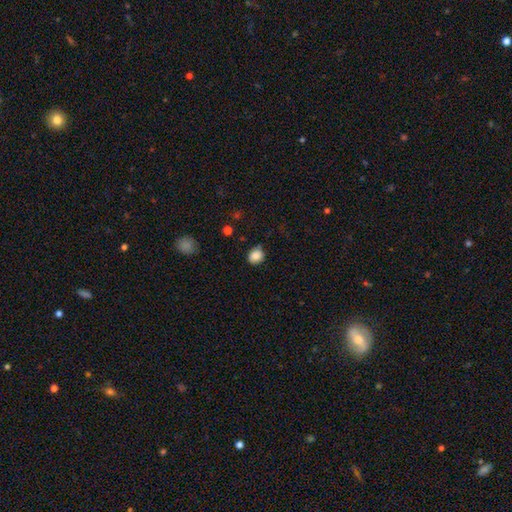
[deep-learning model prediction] smooth-or-featured: smooth: 85% | star or artifact: 10% | featured or disk: 5%
  how-rounded: round: 72% | in between: 27% | cigar-shaped: 1%
  merging: none: 78% | minor disturbance: 17% | major disturbance: 3% | merger: 2%